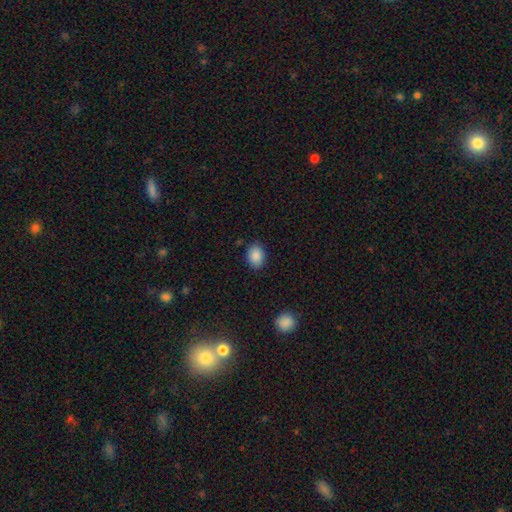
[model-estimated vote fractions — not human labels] This is clearly a smooth galaxy (88%). How rounded: likely in between (75%). Merging: clearly none (86%).